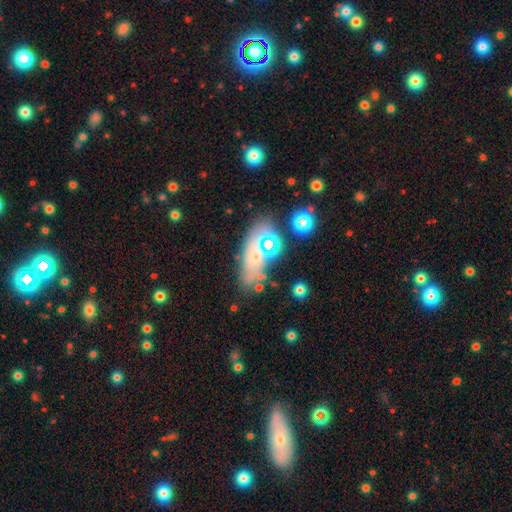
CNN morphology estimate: Smooth or featured?
  - smooth: 43% *
  - featured or disk: 36%
  - star or artifact: 21%
Merging?
  - none: 62% *
  - minor disturbance: 19%
  - merger: 10%
  - major disturbance: 8%